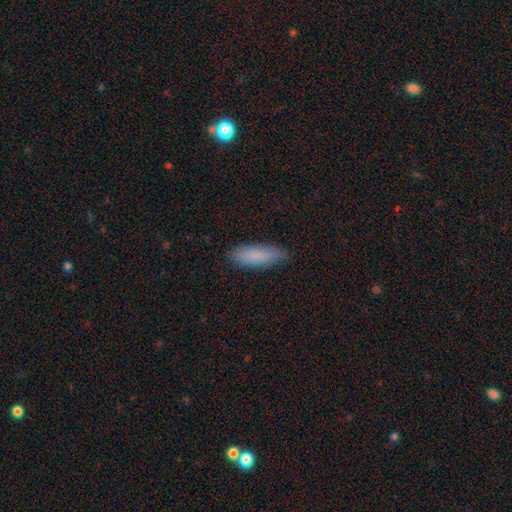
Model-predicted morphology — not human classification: Q: Smooth or featured?
A: smooth (85%); runner-up: featured or disk (8%)
Q: How rounded?
A: in between (51%); runner-up: cigar-shaped (47%)
Q: Merging?
A: none (84%); runner-up: minor disturbance (13%)